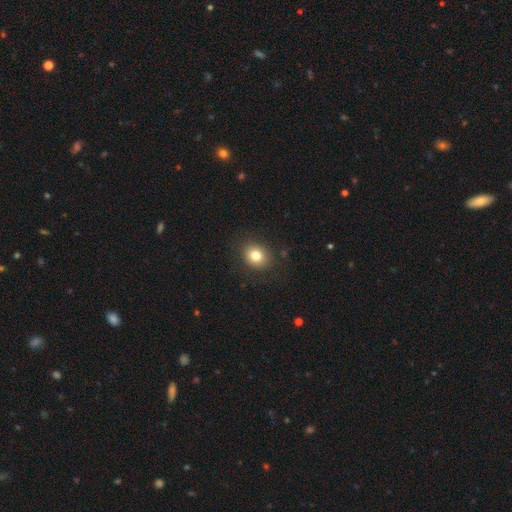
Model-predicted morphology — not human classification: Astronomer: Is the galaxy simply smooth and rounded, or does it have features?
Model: smooth — 81%.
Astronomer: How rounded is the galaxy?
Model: round — 62% (runner-up: in between, 37%).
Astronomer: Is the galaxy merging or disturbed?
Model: none — 86%.